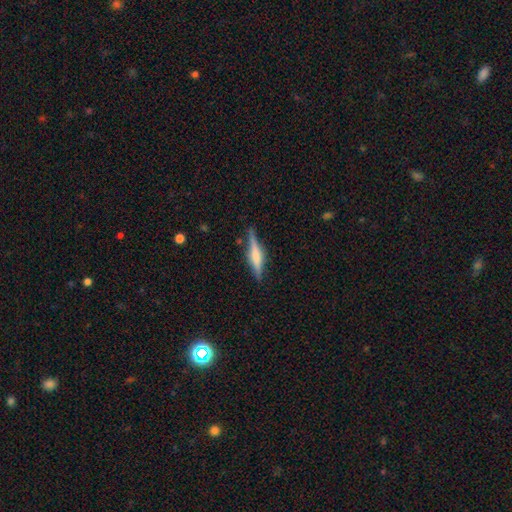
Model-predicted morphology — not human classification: A featured or disk galaxy (55%) viewed edge-on (96%) with a rounded central bulge (55%). Merging: none (82%).